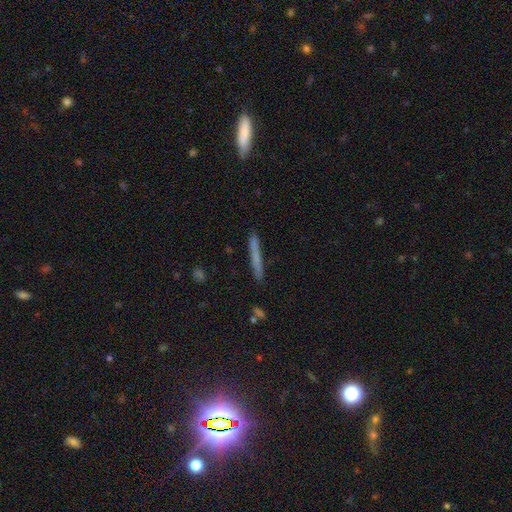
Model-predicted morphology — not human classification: Smooth or featured? smooth (65%)
How rounded? cigar-shaped (96%)
Merging? none (89%)